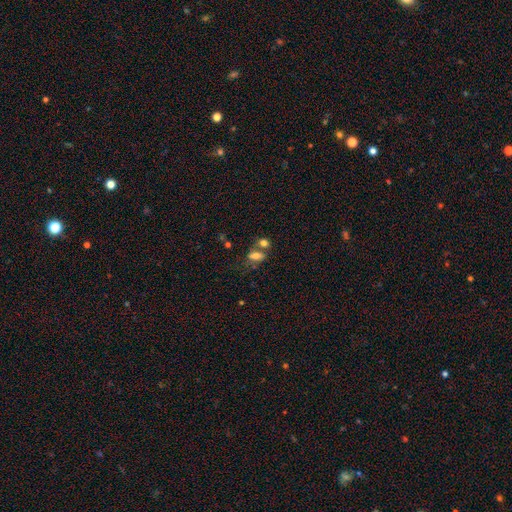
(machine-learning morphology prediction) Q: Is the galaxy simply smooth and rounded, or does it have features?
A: smooth — 72%.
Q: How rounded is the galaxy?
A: in between — 82%.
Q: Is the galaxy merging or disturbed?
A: none — 43%.